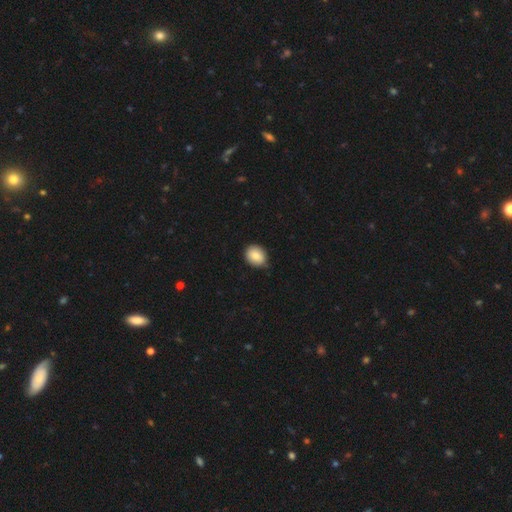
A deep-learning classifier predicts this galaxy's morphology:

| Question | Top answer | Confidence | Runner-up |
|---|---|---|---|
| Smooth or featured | smooth | 83% | featured or disk (9%) |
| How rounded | round | 59% | in between (40%) |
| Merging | none | 79% | minor disturbance (18%) |